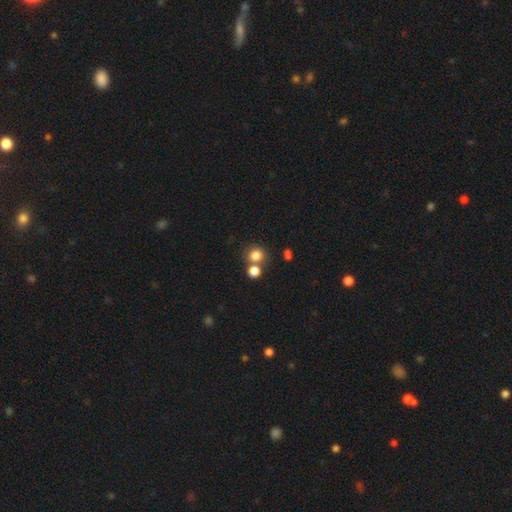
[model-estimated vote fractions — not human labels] Smooth or featured? Predicted: smooth (p=0.80). How rounded? Predicted: round (p=0.81). Merging? Predicted: none (p=0.59).